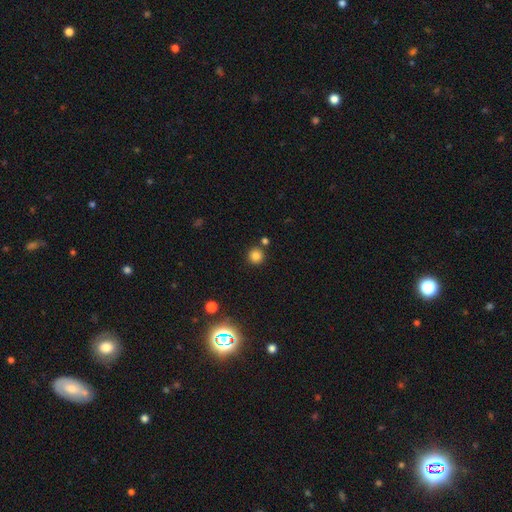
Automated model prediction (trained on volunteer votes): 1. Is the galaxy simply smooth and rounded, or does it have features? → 82% smooth, 13% star or artifact, 5% featured or disk.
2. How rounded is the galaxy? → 94% round, 5% in between, 1% cigar-shaped.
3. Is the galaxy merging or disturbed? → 84% none, 8% merger, 7% minor disturbance, 2% major disturbance.